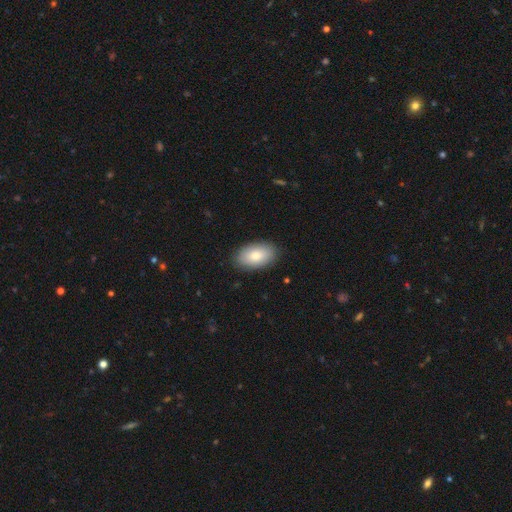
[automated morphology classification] Smooth or featured: smooth — 80% (featured or disk — 13%)
How rounded: in between — 94% (round — 5%)
Merging: none — 87% (minor disturbance — 10%)